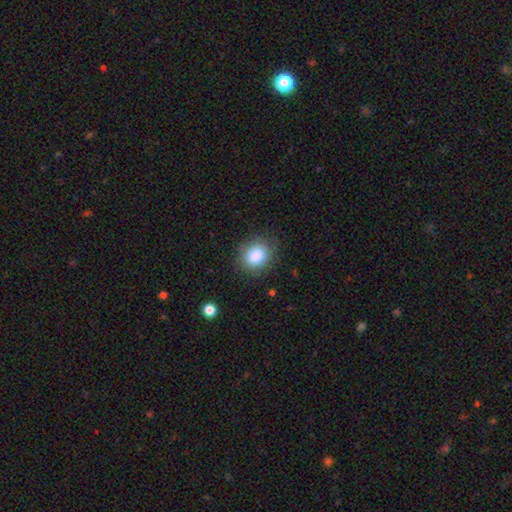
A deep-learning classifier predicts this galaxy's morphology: Q: Smooth or featured?
A: smooth (85%); runner-up: star or artifact (9%)
Q: How rounded?
A: round (66%); runner-up: in between (33%)
Q: Merging?
A: none (85%); runner-up: minor disturbance (11%)